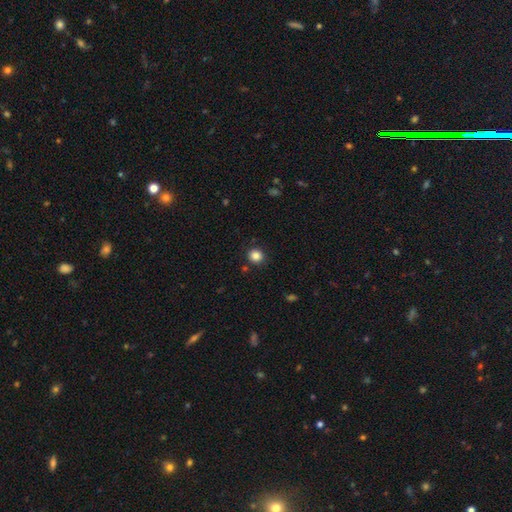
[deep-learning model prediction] This appears to be a smooth galaxy with no disk features (86%) that is round (86%). Merging: none (89%).